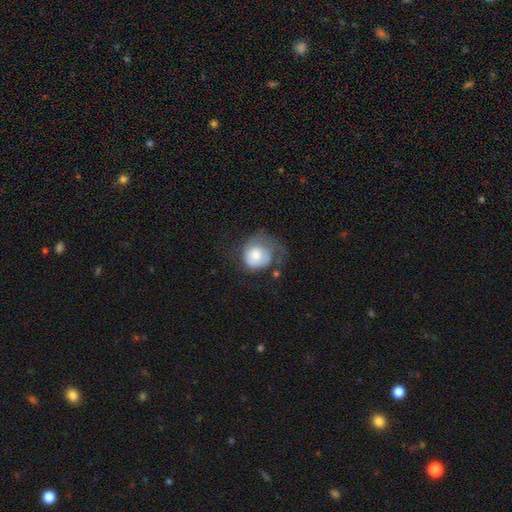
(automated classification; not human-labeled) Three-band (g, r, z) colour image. It shows a smooth galaxy with no disk features (59%) that is round (76%). Merging: major disturbance (41%).